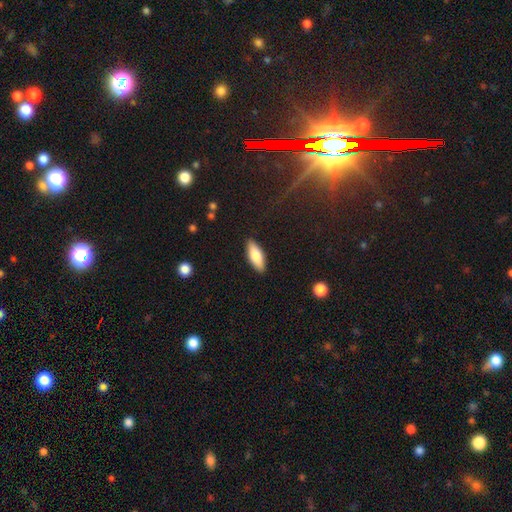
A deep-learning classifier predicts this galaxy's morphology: Smooth or featured? Predicted: smooth (p=0.78). How rounded? Predicted: in between (p=0.72). Merging? Predicted: none (p=0.89).